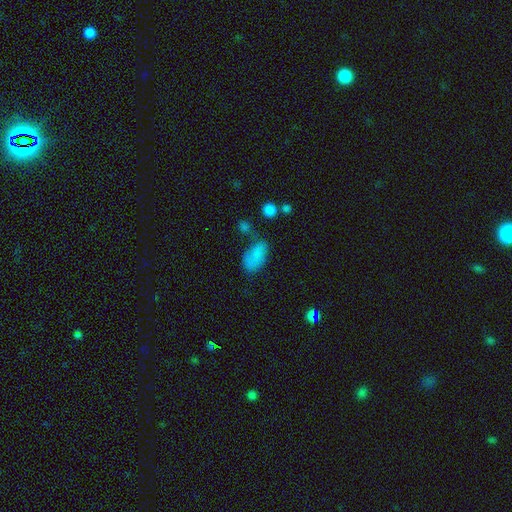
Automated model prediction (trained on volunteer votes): A smooth galaxy with no disk features (78%) that is in between round and cigar-shaped (92%).

Vote fractions:
- Smooth or featured? smooth: 78% / star or artifact: 12% / featured or disk: 10%
- How rounded? in between: 92% / round: 5% / cigar-shaped: 3%
- Merging? none: 45% / minor disturbance: 26% / major disturbance: 16% / merger: 13%